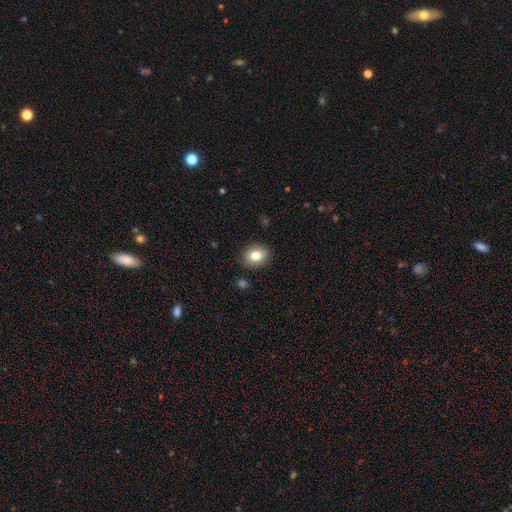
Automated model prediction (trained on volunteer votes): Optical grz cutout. It shows a smooth galaxy with no disk features (81%) that is round (53%). Merging: none (88%).